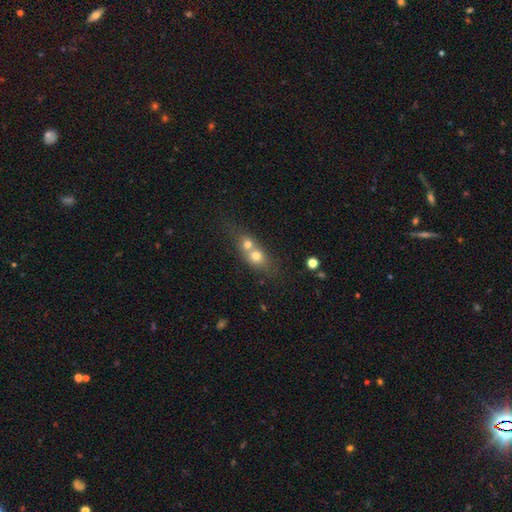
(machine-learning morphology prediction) smooth 67%, featured or disk 22%, star or artifact 11%. Down the decision tree: how rounded — round (54%); merging — merger (70%).